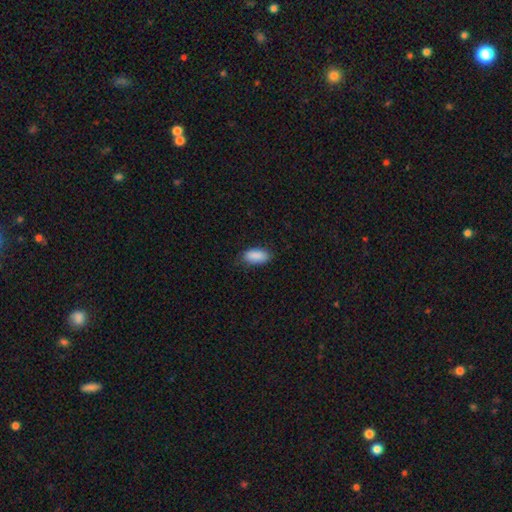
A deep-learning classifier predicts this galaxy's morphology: This is clearly a smooth galaxy (90%). How rounded: clearly in between (92%). Merging: likely none (79%).